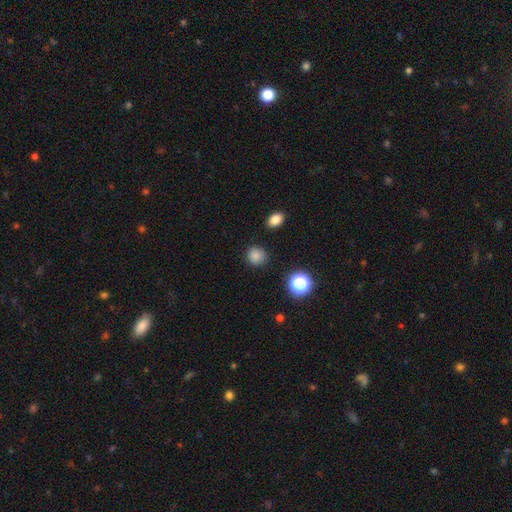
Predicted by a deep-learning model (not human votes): Overall: smooth (82%). How rounded: round (87%). Merging: none (86%).